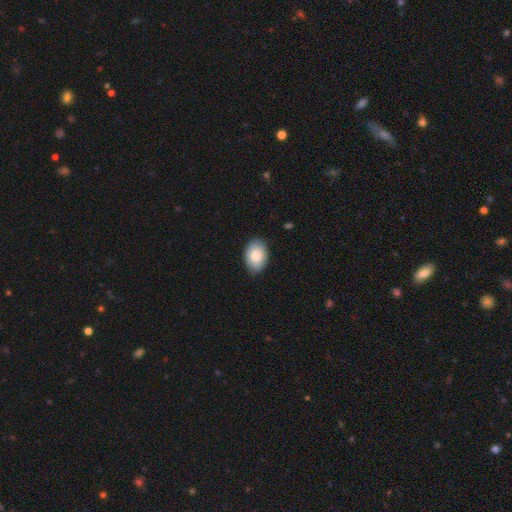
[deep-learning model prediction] This appears to be a smooth galaxy with no disk features (84%) that is in between round and cigar-shaped (87%). Merging: none (83%).